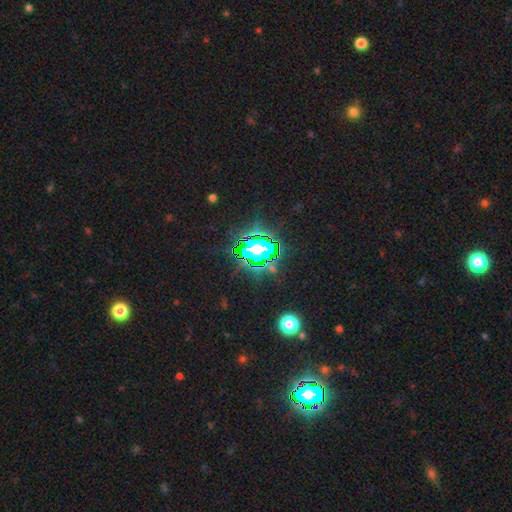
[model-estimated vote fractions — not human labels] Smooth or featured?
  - star or artifact: 81% *
  - smooth: 12%
  - featured or disk: 7%